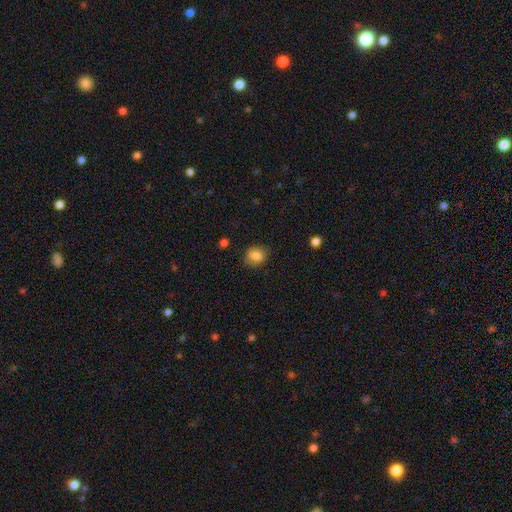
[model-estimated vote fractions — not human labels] A smooth galaxy with no disk features (85%) that is in between round and cigar-shaped (50%). Merging: none (79%).